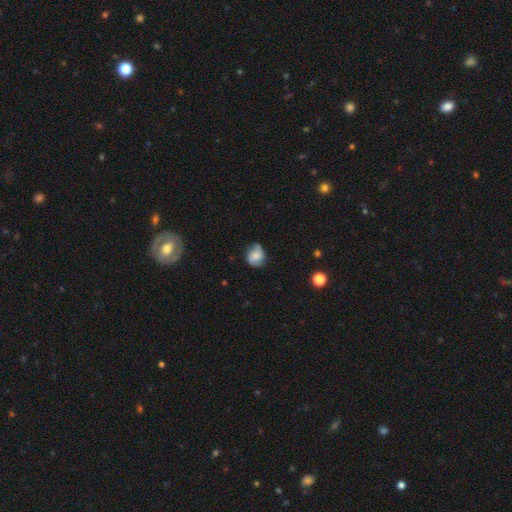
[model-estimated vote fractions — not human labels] A smooth galaxy with no disk features (51%) that is round (71%).

Vote fractions:
- Smooth or featured? smooth: 51% / featured or disk: 40% / star or artifact: 9%
- How rounded? round: 71% / in between: 28% / cigar-shaped: 1%
- Merging? none: 64% / minor disturbance: 27% / major disturbance: 7% / merger: 2%